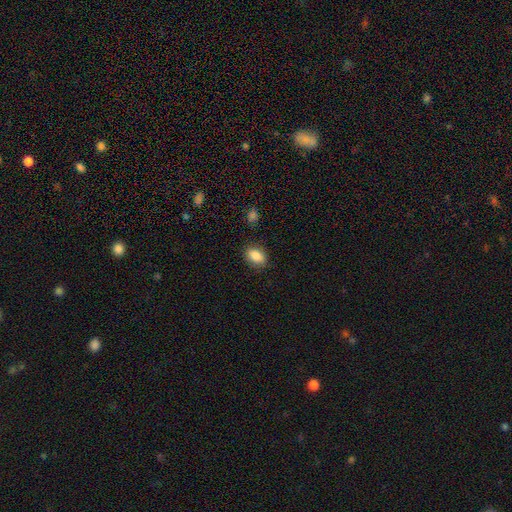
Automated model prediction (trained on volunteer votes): A smooth galaxy with no disk features (87%) that is in between round and cigar-shaped (81%).

Vote fractions:
- Smooth or featured? smooth: 87% / star or artifact: 8% / featured or disk: 5%
- How rounded? in between: 81% / round: 17% / cigar-shaped: 2%
- Merging? none: 85% / minor disturbance: 11% / major disturbance: 3% / merger: 2%